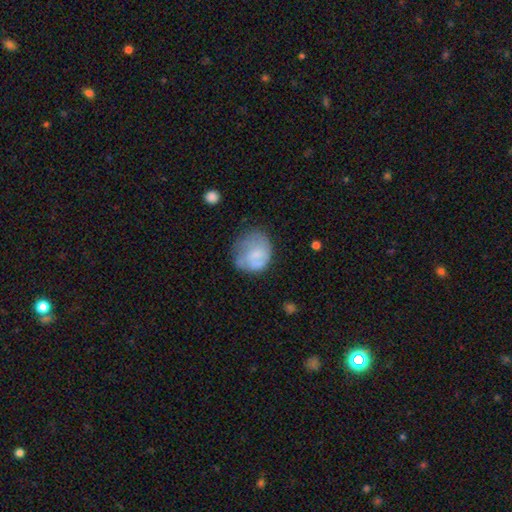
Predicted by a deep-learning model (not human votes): Overall: smooth (60%; featured or disk 32%). How rounded: round (70%). Merging: none (45%; minor disturbance 30%).